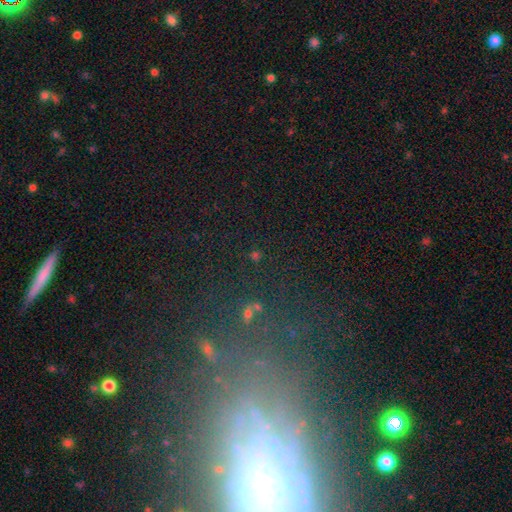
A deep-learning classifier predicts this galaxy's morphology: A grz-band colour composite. It shows a star or artifact, not a galaxy (61%).